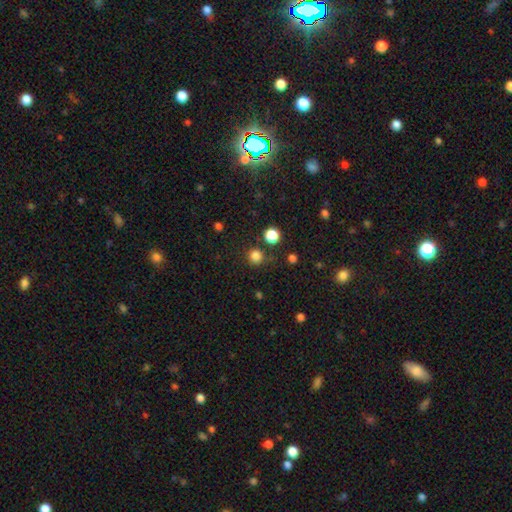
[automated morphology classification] Smooth or featured? Predicted: smooth (p=0.82). How rounded? Predicted: round (p=0.94). Merging? Predicted: none (p=0.83).